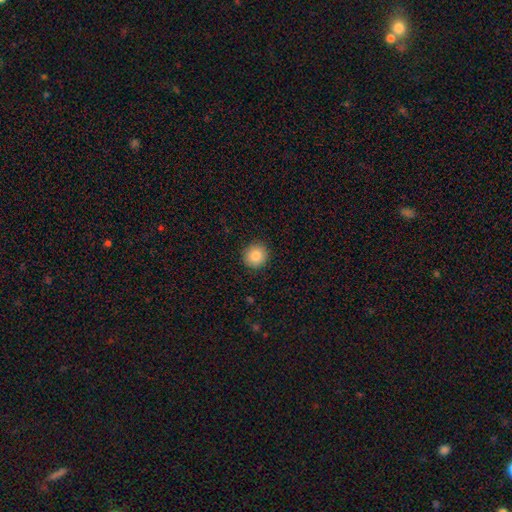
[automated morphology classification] A smooth galaxy with no disk features (85%) that is round (90%).

Vote fractions:
- Smooth or featured? smooth: 85% / star or artifact: 9% / featured or disk: 6%
- How rounded? round: 90% / in between: 9% / cigar-shaped: 1%
- Merging? none: 91% / minor disturbance: 6% / major disturbance: 2% / merger: 1%